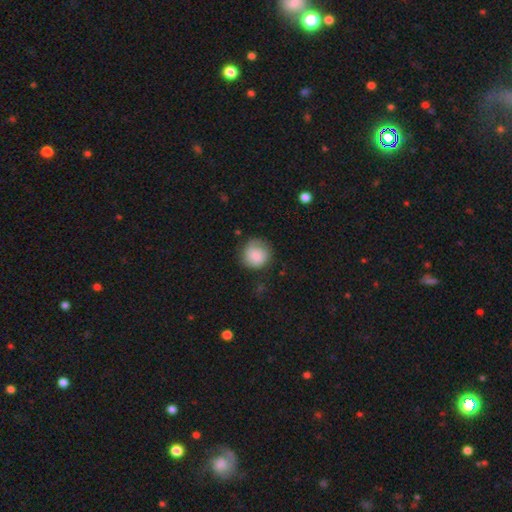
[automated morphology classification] Smooth or featured?
  - smooth: 80% *
  - featured or disk: 13%
  - star or artifact: 7%
How rounded?
  - round: 90% *
  - in between: 9%
  - cigar-shaped: 1%
Merging?
  - none: 70% *
  - minor disturbance: 21%
  - major disturbance: 7%
  - merger: 2%